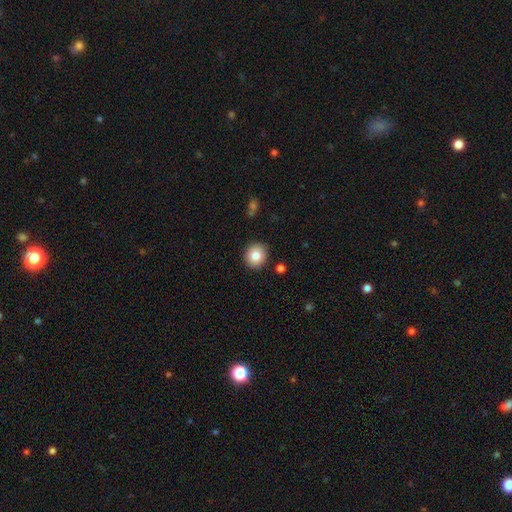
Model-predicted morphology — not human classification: A smooth galaxy with no disk features (83%) that is round (84%). Merging: none (89%).